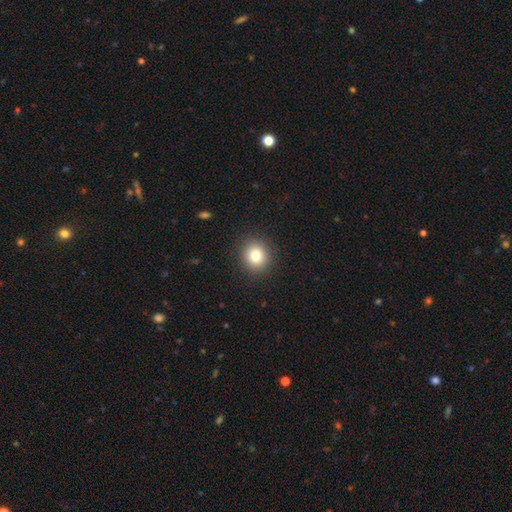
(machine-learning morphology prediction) Smooth or featured?
  - smooth: 81% *
  - star or artifact: 11%
  - featured or disk: 8%
How rounded?
  - round: 86% *
  - in between: 13%
  - cigar-shaped: 1%
Merging?
  - none: 91% *
  - minor disturbance: 6%
  - major disturbance: 2%
  - merger: 1%